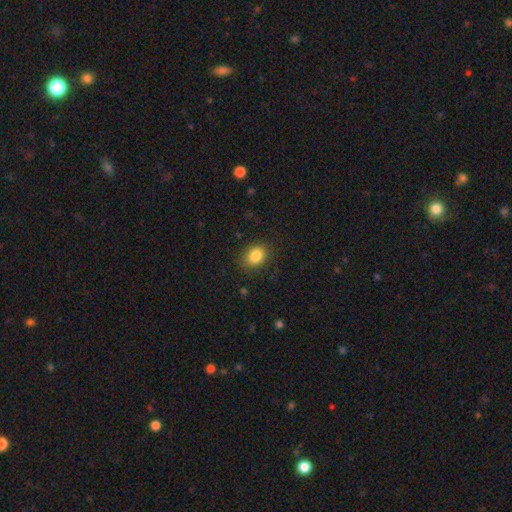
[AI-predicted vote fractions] smooth_or_featured: smooth (p=0.85) [alt: star or artifact p=0.09]
how_rounded: in between (p=0.60) [alt: round p=0.39]
merging: none (p=0.83) [alt: minor disturbance p=0.12]